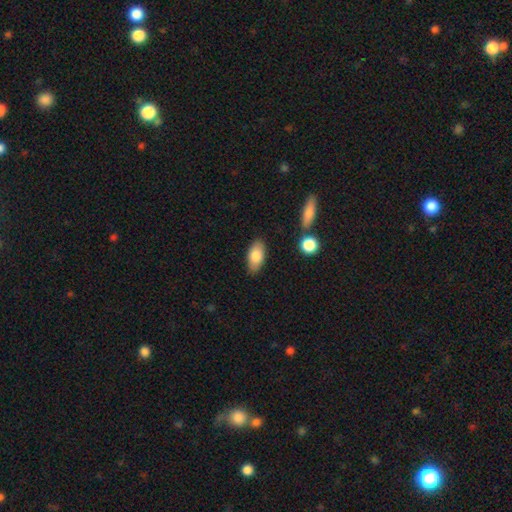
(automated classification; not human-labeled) smooth_or_featured: smooth (p=0.82) [alt: featured or disk p=0.12]
how_rounded: in between (p=0.91) [alt: cigar-shaped p=0.06]
merging: none (p=0.84) [alt: minor disturbance p=0.11]